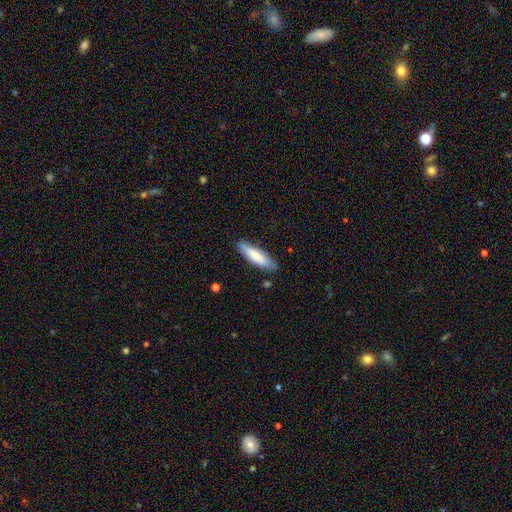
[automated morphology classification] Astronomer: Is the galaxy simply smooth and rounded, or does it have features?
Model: smooth — 73%.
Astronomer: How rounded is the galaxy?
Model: cigar-shaped — 66%.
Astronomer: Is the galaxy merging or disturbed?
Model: none — 81%.